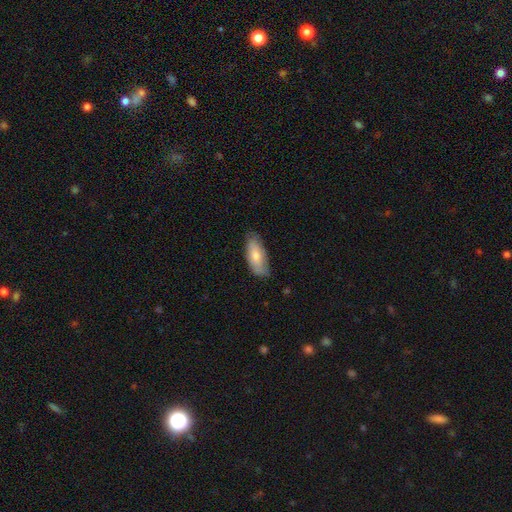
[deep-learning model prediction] A smooth galaxy with no disk features (74%) that is in between round and cigar-shaped (84%).

Vote fractions:
- Smooth or featured? smooth: 74% / featured or disk: 21% / star or artifact: 6%
- How rounded? in between: 84% / cigar-shaped: 14% / round: 2%
- Merging? none: 73% / minor disturbance: 22% / major disturbance: 4% / merger: 1%